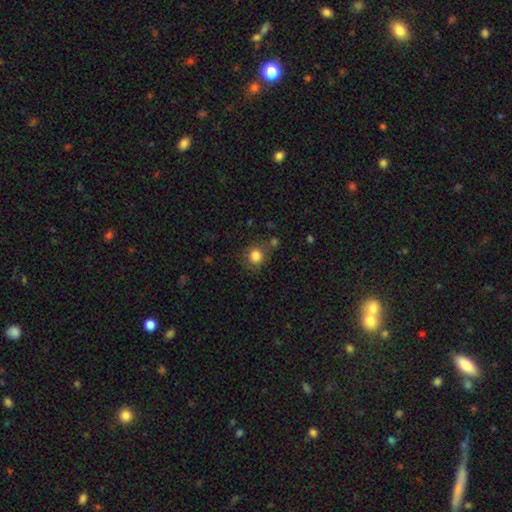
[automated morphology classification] smooth-or-featured: smooth: 82% | star or artifact: 11% | featured or disk: 7%
  how-rounded: round: 85% | in between: 14% | cigar-shaped: 1%
  merging: none: 75% | minor disturbance: 15% | merger: 5% | major disturbance: 5%